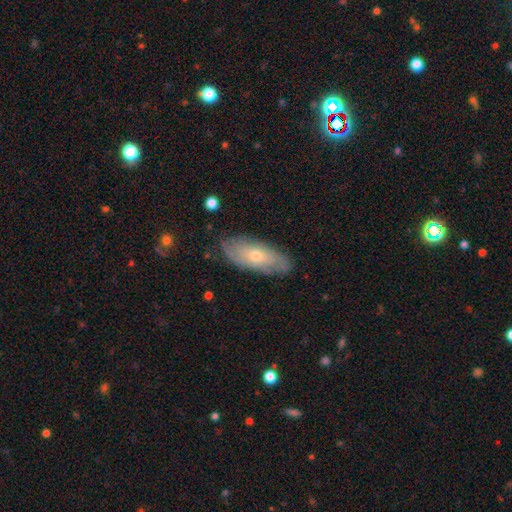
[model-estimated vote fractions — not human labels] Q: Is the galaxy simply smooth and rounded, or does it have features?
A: featured or disk — 52%.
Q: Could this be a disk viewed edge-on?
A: no — 80%.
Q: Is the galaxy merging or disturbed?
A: none — 80%.